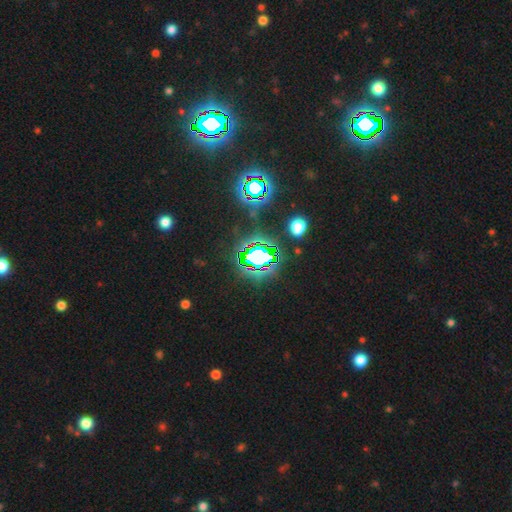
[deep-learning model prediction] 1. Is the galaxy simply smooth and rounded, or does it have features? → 72% star or artifact, 16% smooth, 13% featured or disk.